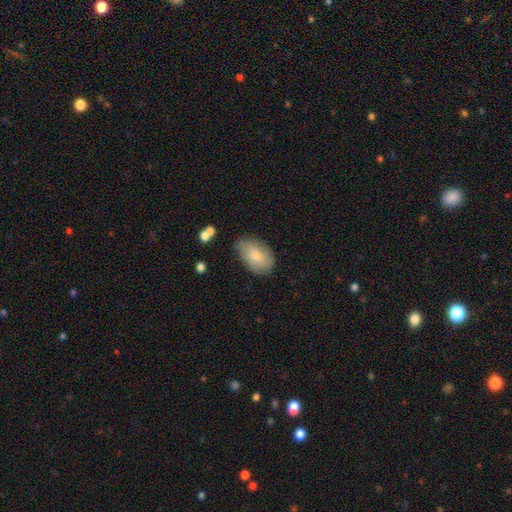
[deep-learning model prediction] smooth_or_featured: smooth (p=0.75) [alt: featured or disk p=0.19]
how_rounded: in between (p=0.90) [alt: round p=0.08]
merging: none (p=0.68) [alt: minor disturbance p=0.24]